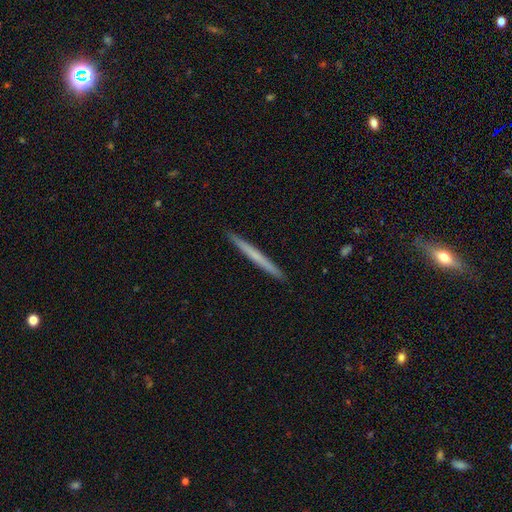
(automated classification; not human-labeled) Smooth or featured?
  - smooth: 51% *
  - featured or disk: 43%
  - star or artifact: 5%
How rounded?
  - cigar-shaped: 97% *
  - in between: 1%
  - round: 1%
Merging?
  - none: 93% *
  - minor disturbance: 5%
  - major disturbance: 1%
  - merger: 1%